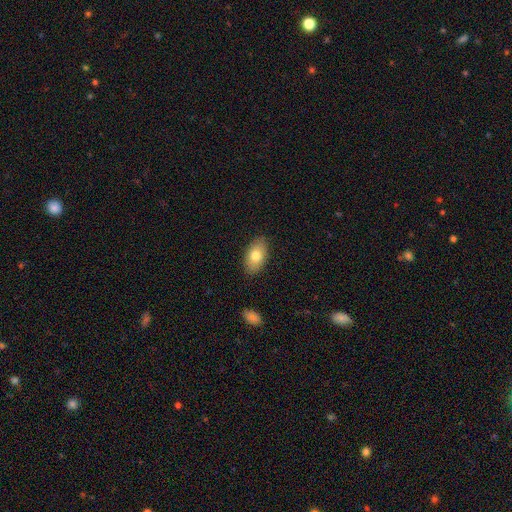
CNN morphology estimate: This appears to be a smooth galaxy with no disk features (77%) that is in between round and cigar-shaped (93%). Merging: none (87%).